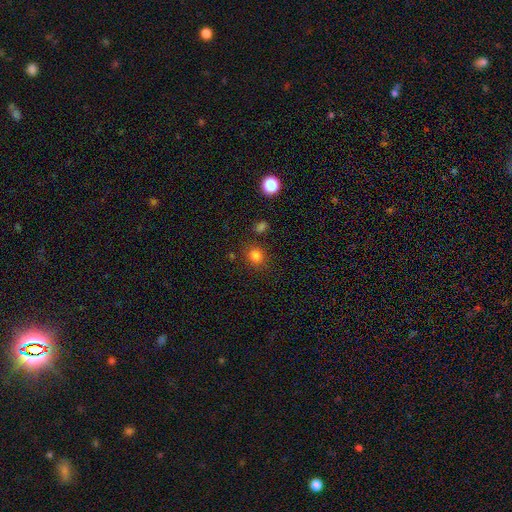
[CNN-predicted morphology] type=smooth (81%); roundness=round (79%); merging=none (81%).